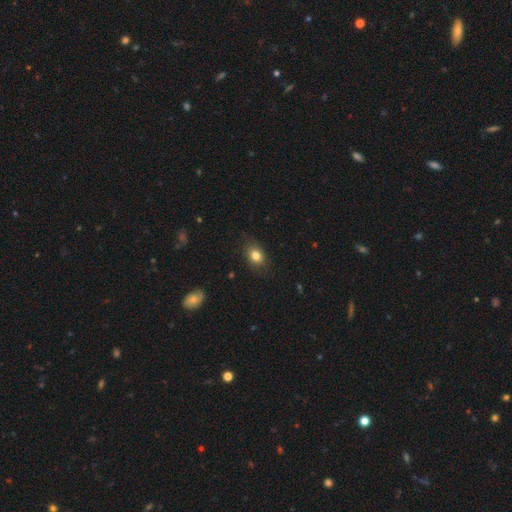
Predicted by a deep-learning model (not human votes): Overall: smooth (81%). How rounded: in between (64%; round 35%). Merging: none (81%).